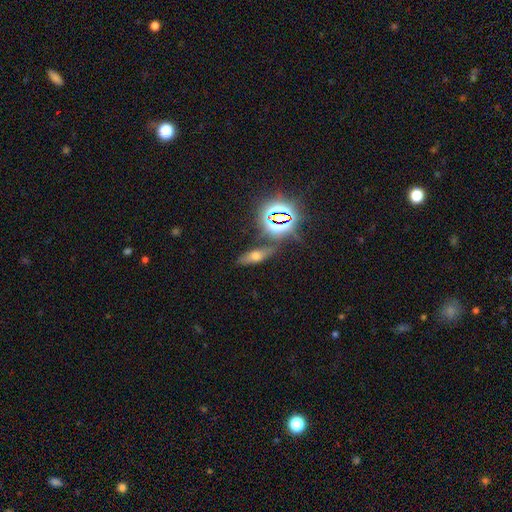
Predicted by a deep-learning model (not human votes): Smooth or featured? Predicted: smooth (p=0.42). Merging? Predicted: none (p=0.78).